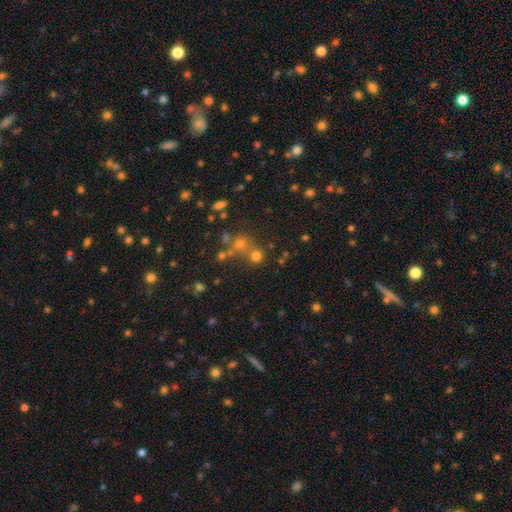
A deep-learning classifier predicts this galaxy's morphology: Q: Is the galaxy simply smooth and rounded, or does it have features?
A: smooth — 63%.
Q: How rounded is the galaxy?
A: round — 86%.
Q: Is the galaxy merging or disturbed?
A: none — 54%.